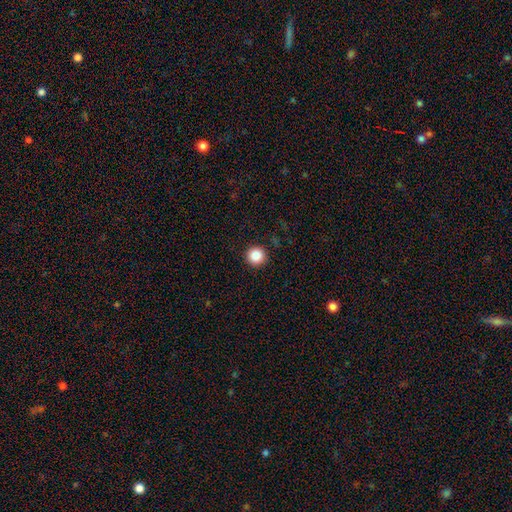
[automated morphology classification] Smooth or featured? Predicted: smooth (p=0.87). How rounded? Predicted: round (p=0.96). Merging? Predicted: none (p=0.93).